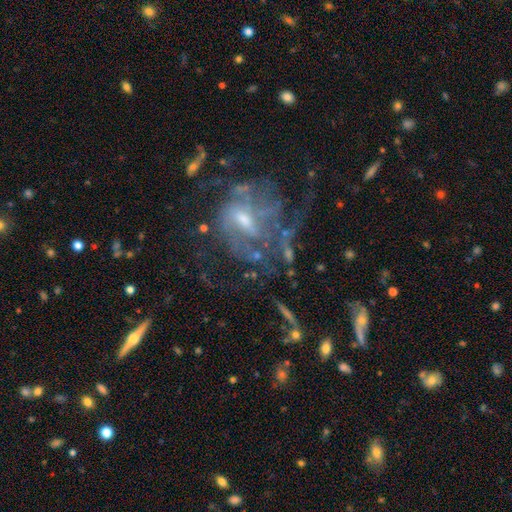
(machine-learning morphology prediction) Smooth or featured? featured or disk (76%)
Edge-on disk? no (96%)
Bar? weak (45%)
Spiral arms? yes (73%)
Spiral winding? medium (41%)
Spiral arm count? can't tell (43%)
Bulge size? moderate (44%)
Merging? none (42%)